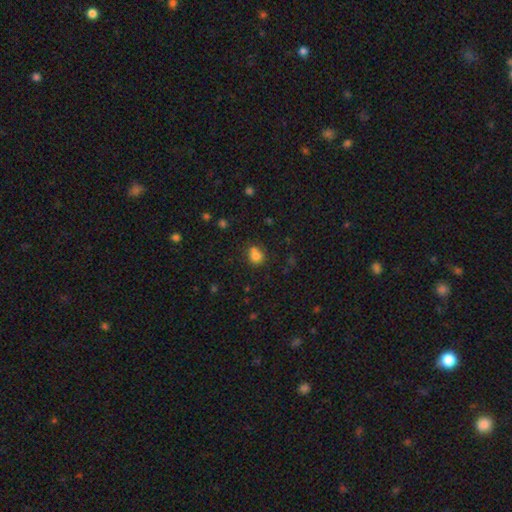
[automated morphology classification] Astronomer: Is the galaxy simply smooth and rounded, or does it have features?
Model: smooth — 77%.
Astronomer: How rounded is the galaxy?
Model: round — 72%.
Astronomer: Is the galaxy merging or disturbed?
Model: none — 50% (runner-up: merger, 29%).